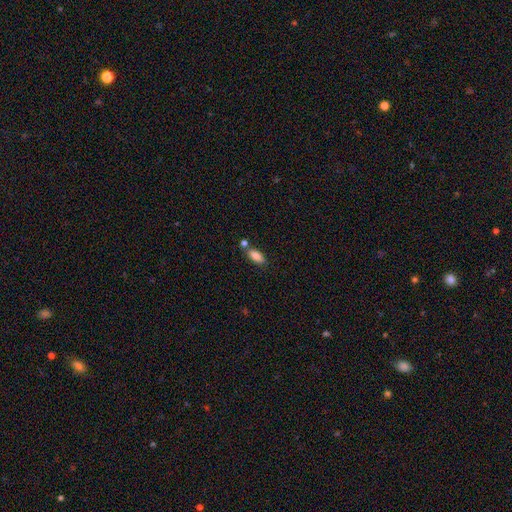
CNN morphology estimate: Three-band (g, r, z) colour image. It shows a smooth galaxy with no disk features (85%) that is in between round and cigar-shaped (88%). Merging: none (68%).